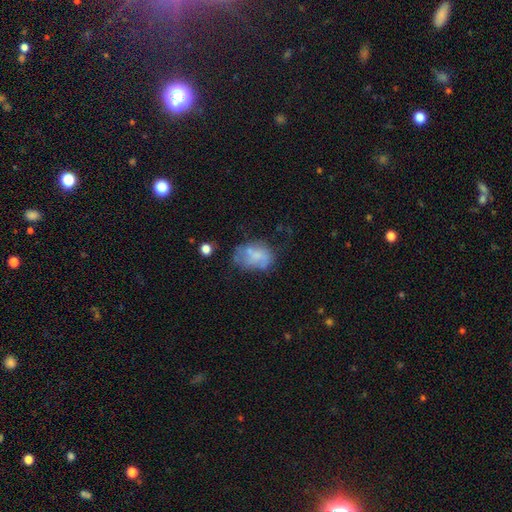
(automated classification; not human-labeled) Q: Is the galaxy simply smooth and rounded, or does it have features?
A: smooth — 54%.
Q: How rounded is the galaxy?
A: in between — 75%.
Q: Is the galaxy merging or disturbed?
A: none — 36%.